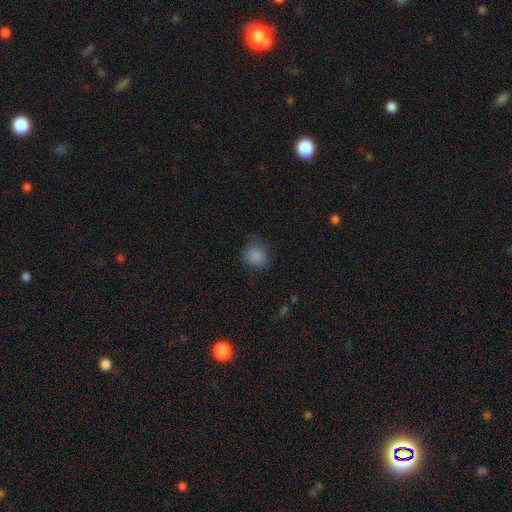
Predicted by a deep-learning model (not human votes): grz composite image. It shows a smooth galaxy with no disk features (84%) that is round (67%). Merging: none (60%).